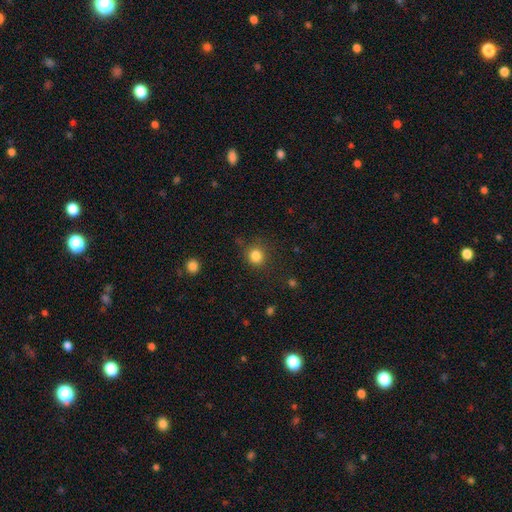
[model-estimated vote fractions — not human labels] Smooth or featured? smooth (84%)
How rounded? round (89%)
Merging? none (84%)